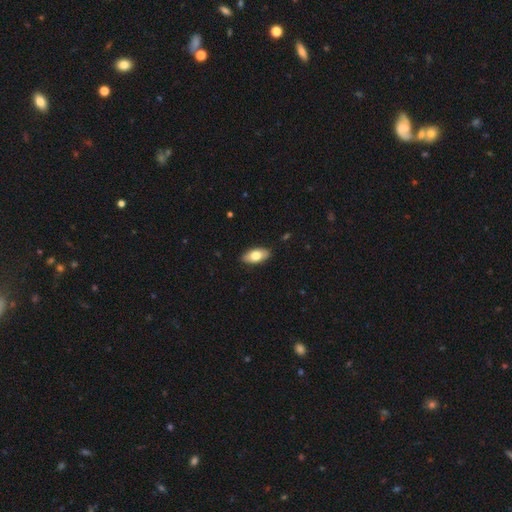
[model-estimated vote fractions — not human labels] smooth_or_featured: smooth (p=0.76) [alt: featured or disk p=0.18]
how_rounded: in between (p=0.91) [alt: cigar-shaped p=0.06]
merging: none (p=0.88) [alt: minor disturbance p=0.09]